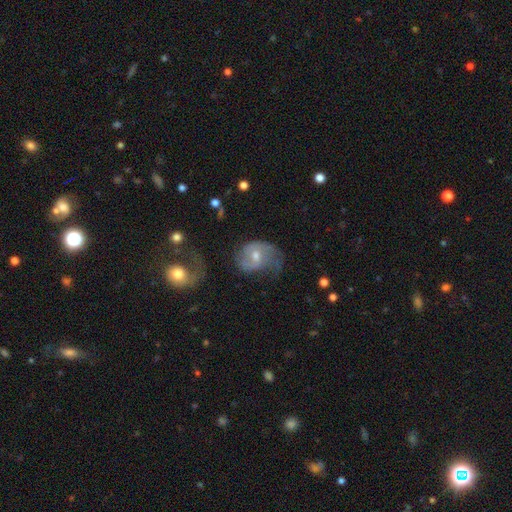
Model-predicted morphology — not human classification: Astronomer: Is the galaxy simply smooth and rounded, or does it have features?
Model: featured or disk — 73%.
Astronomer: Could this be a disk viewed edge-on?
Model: no — 97%.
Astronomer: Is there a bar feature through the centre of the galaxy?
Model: no — 59% (runner-up: weak, 34%).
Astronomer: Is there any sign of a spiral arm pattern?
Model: yes — 88%.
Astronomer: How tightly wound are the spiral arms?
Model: medium — 41% (runner-up: loose, 39%).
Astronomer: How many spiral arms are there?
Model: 2 — 68%.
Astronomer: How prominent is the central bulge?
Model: moderate — 52% (runner-up: small, 44%).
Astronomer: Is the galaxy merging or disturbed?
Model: none — 46% (runner-up: major disturbance, 26%).